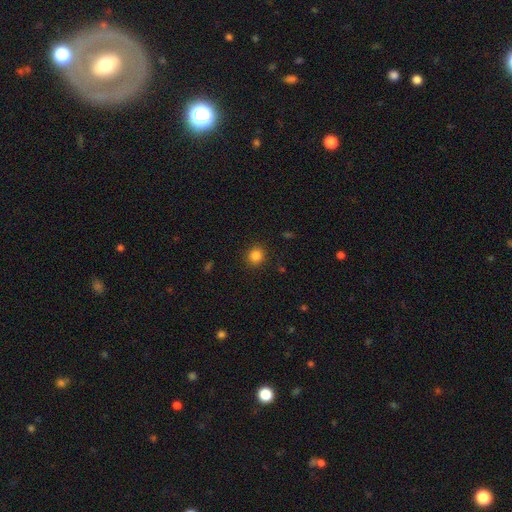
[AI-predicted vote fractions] Q: Smooth or featured?
A: smooth (84%); runner-up: star or artifact (12%)
Q: How rounded?
A: round (91%); runner-up: in between (8%)
Q: Merging?
A: none (91%); runner-up: minor disturbance (6%)